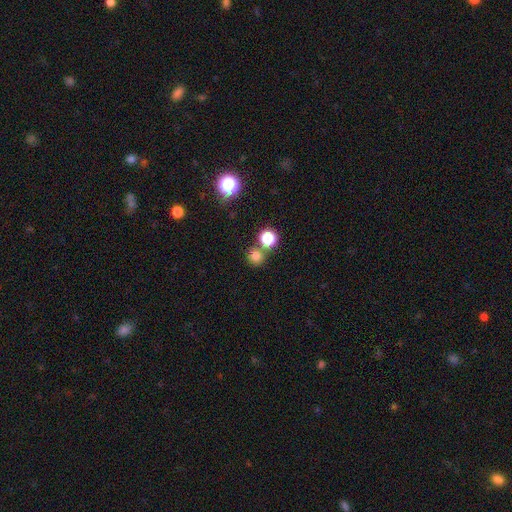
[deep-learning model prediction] Smooth or featured? smooth (75%)
How rounded? round (90%)
Merging? none (66%)